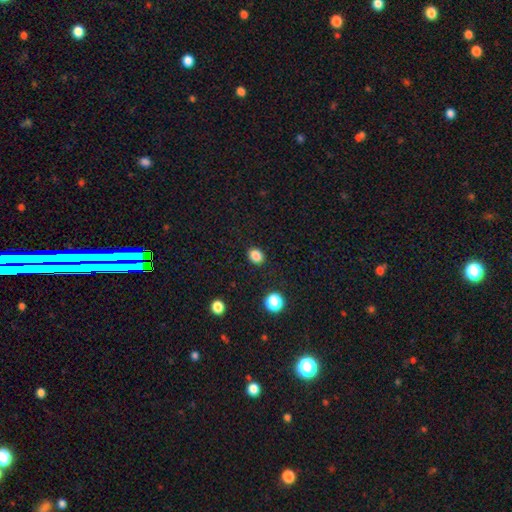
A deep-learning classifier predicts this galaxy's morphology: type=smooth (85%); roundness=round (55%); merging=none (89%).